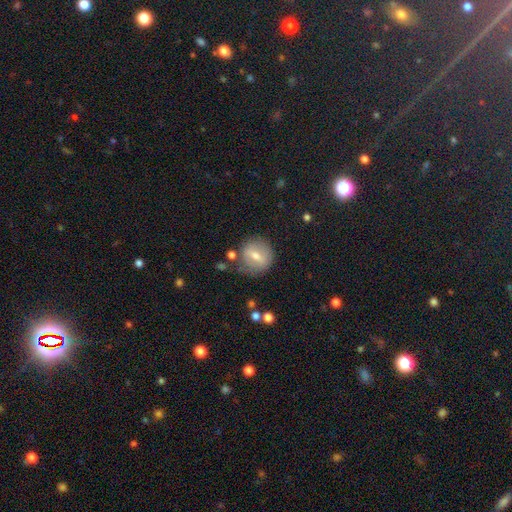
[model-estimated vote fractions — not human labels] smooth_or_featured: smooth (p=0.50) [alt: featured or disk p=0.41]
how_rounded: round (p=0.80) [alt: in between p=0.18]
merging: none (p=0.73) [alt: minor disturbance p=0.16]